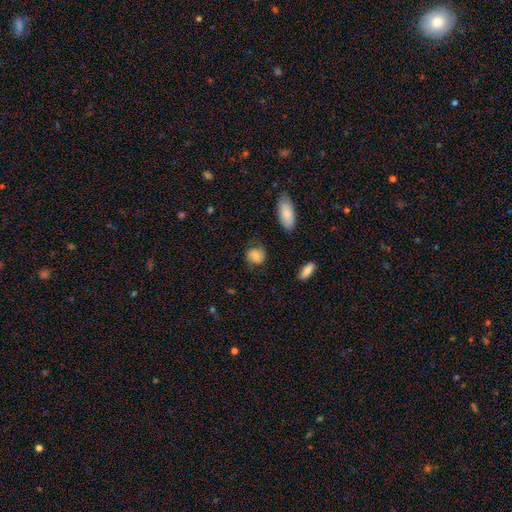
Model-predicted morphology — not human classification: Smooth or featured? Predicted: smooth (p=0.65). How rounded? Predicted: round (p=0.65). Merging? Predicted: none (p=0.73).